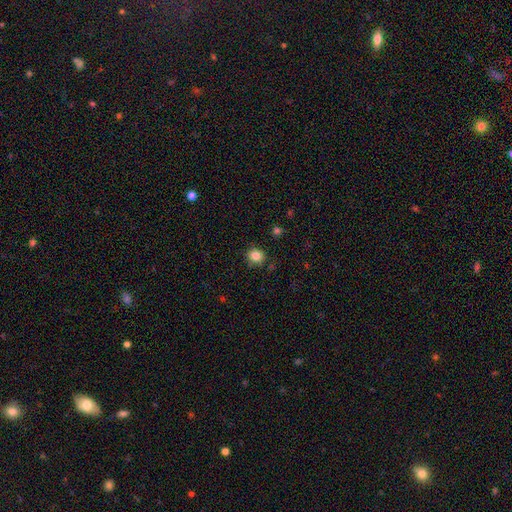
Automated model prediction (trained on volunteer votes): Q: Smooth or featured?
A: smooth (83%); runner-up: star or artifact (11%)
Q: How rounded?
A: round (80%); runner-up: in between (19%)
Q: Merging?
A: none (86%); runner-up: minor disturbance (10%)